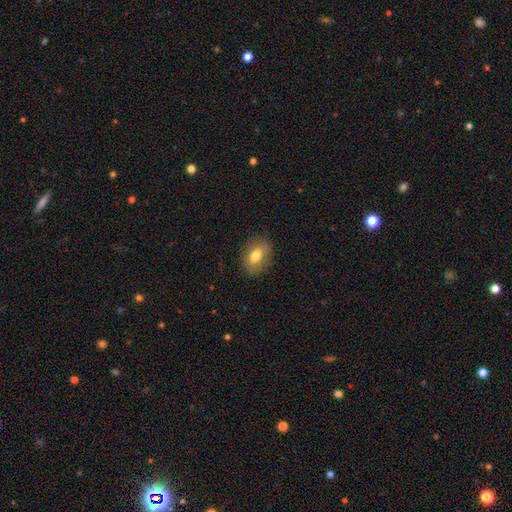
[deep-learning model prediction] smooth-or-featured: smooth: 72% | featured or disk: 19% | star or artifact: 8%
  how-rounded: in between: 74% | round: 24% | cigar-shaped: 2%
  merging: none: 83% | minor disturbance: 12% | major disturbance: 3% | merger: 1%